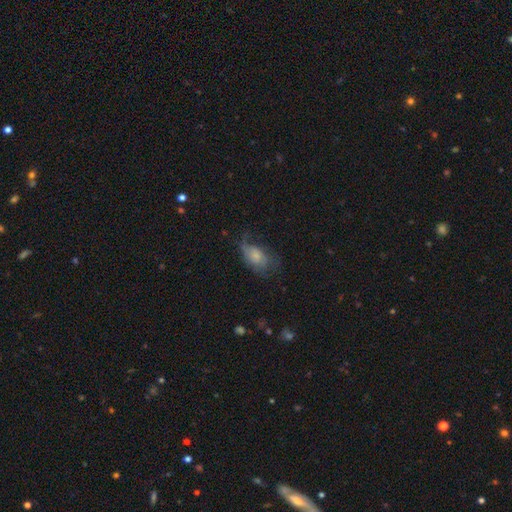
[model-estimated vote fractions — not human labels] Smooth or featured? Predicted: smooth (p=0.56). How rounded? Predicted: in between (p=0.88). Merging? Predicted: none (p=0.35).